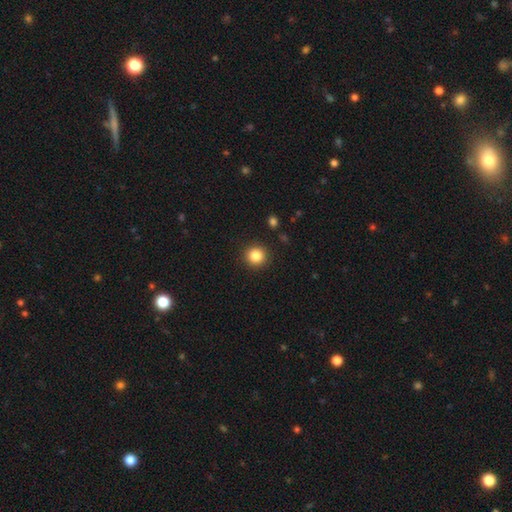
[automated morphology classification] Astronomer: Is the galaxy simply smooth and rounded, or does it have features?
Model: smooth — 85%.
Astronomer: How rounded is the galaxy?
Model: round — 94%.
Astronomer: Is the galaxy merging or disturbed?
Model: none — 91%.